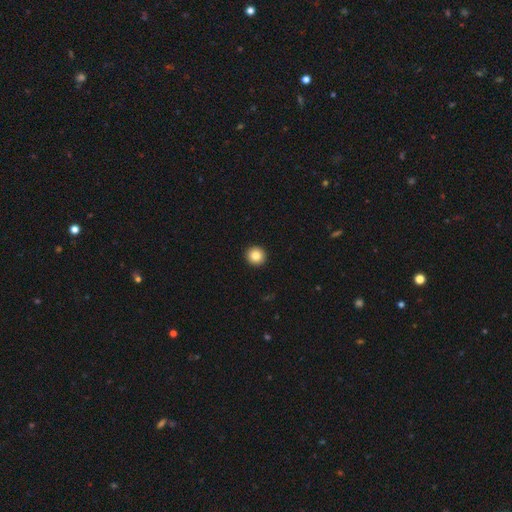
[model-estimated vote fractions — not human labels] Morphology: type=smooth (84%); roundness=round (93%); merging=none (94%).